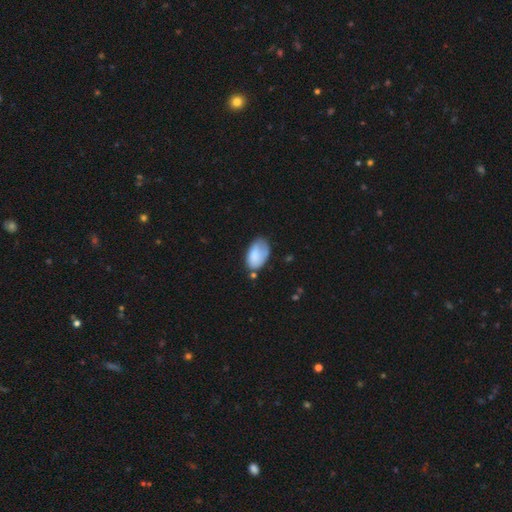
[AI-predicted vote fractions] Overall: smooth (77%). How rounded: in between (92%). Merging: none (50%; minor disturbance 32%).